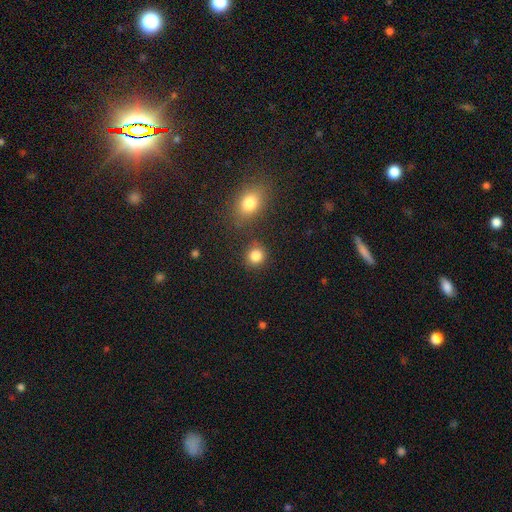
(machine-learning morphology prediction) A smooth galaxy with no disk features (85%) that is round (85%).

Vote fractions:
- Smooth or featured? smooth: 85% / star or artifact: 11% / featured or disk: 5%
- How rounded? round: 85% / in between: 14% / cigar-shaped: 1%
- Merging? none: 83% / minor disturbance: 8% / merger: 6% / major disturbance: 3%